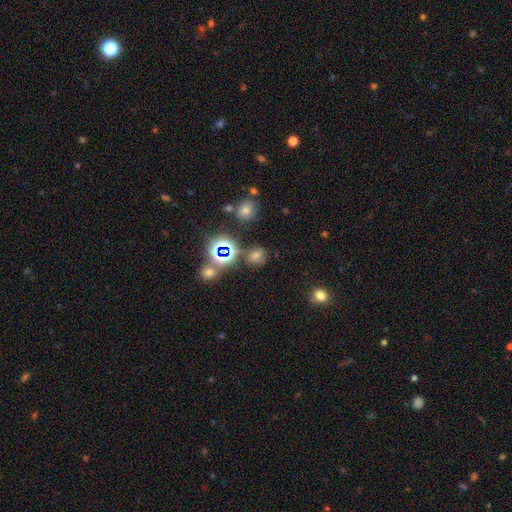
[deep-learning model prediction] This appears to be a star or artifact, not a galaxy (52%).